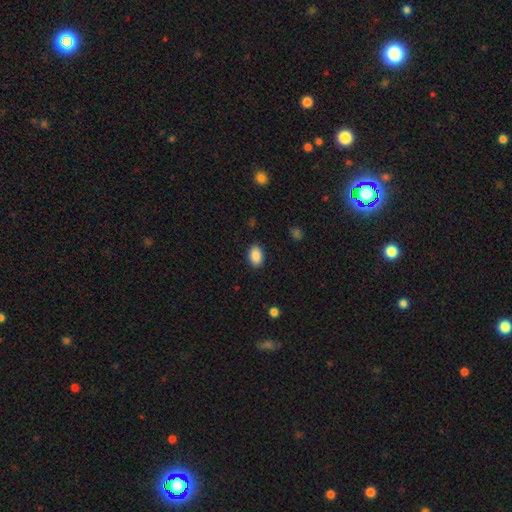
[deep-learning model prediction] This is clearly a smooth galaxy (89%). How rounded: clearly in between (86%). Merging: clearly none (88%).